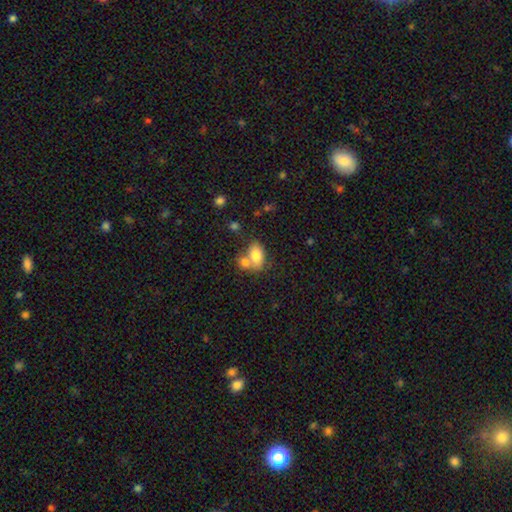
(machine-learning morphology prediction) Smooth or featured: smooth — 77% (featured or disk — 15%)
How rounded: in between — 83% (round — 16%)
Merging: merger — 50% (none — 35%)